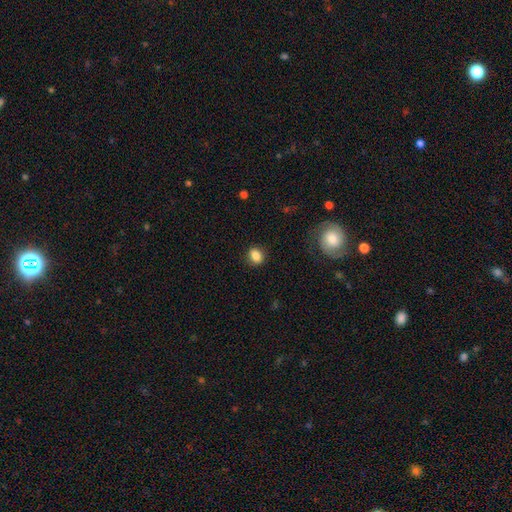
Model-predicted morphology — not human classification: A smooth galaxy with no disk features (85%) that is in between round and cigar-shaped (50%). Merging: none (86%).